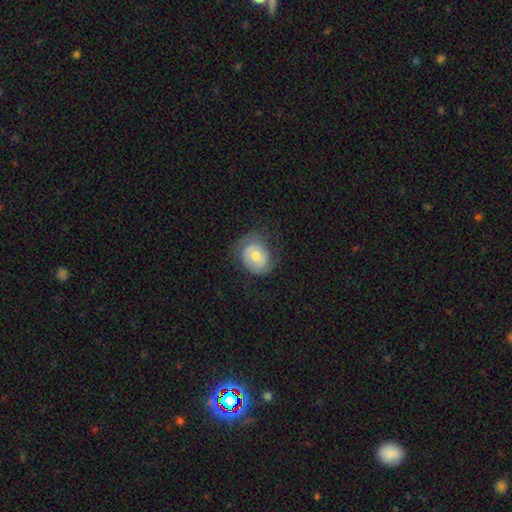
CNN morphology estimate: type=featured or disk (49%); merging=none (61%).